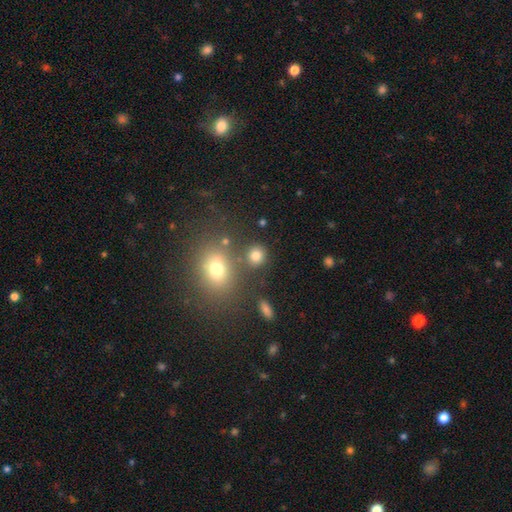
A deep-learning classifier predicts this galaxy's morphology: type=smooth (79%); roundness=round (81%); merging=none (74%).